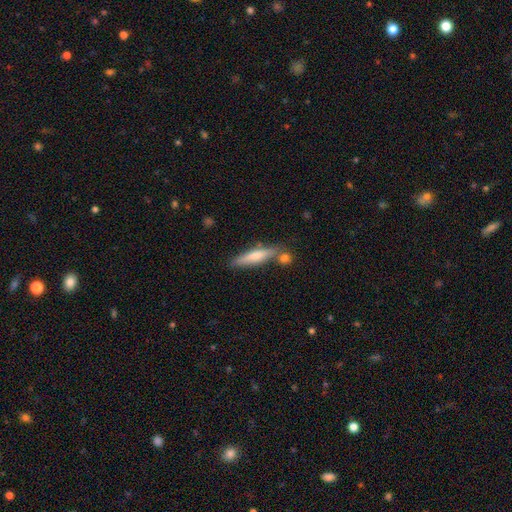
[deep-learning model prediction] Smooth or featured: smooth — 63% (featured or disk — 31%)
How rounded: cigar-shaped — 84% (in between — 14%)
Merging: none — 69% (minor disturbance — 14%)